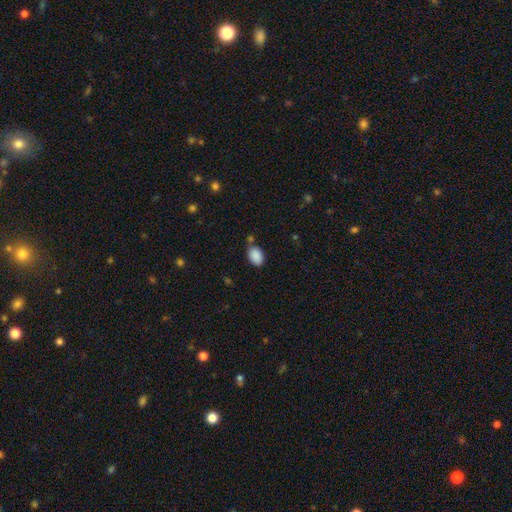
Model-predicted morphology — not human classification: Smooth or featured? Predicted: smooth (p=0.89). How rounded? Predicted: in between (p=0.87). Merging? Predicted: none (p=0.69).